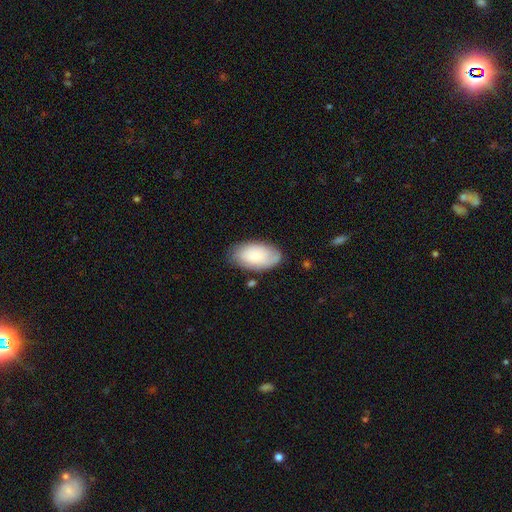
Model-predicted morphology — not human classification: Smooth or featured: smooth — 67% (featured or disk — 27%)
How rounded: in between — 94% (round — 4%)
Merging: none — 74% (minor disturbance — 19%)